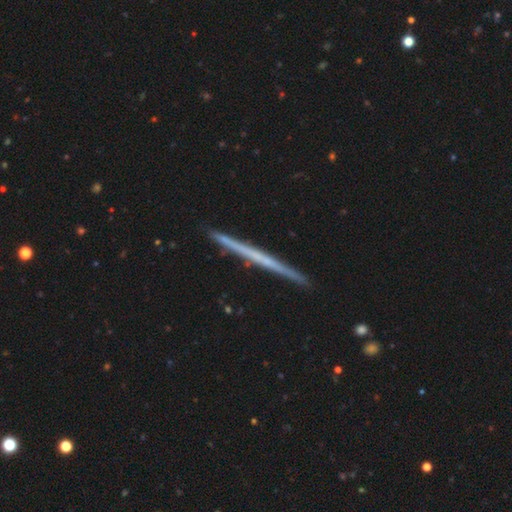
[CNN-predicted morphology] Smooth or featured? Predicted: featured or disk (p=0.65). Edge-on disk? Predicted: yes (p=0.98). Edge-on bulge? Predicted: none (p=0.86). Merging? Predicted: none (p=0.91).